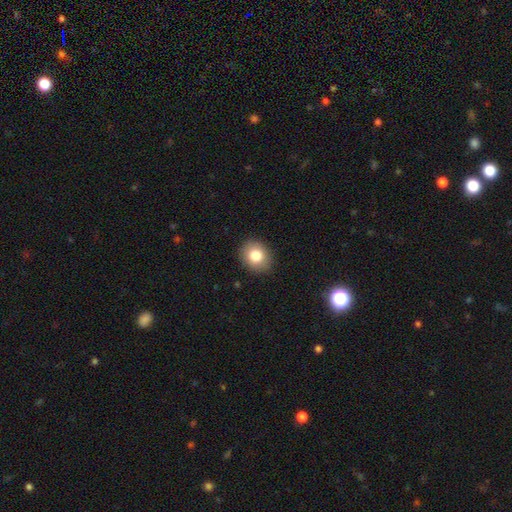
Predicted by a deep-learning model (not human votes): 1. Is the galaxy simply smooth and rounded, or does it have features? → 81% smooth, 10% featured or disk, 9% star or artifact.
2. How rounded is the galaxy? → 62% round, 37% in between, 1% cigar-shaped.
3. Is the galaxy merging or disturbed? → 90% none, 7% minor disturbance, 2% major disturbance, 1% merger.